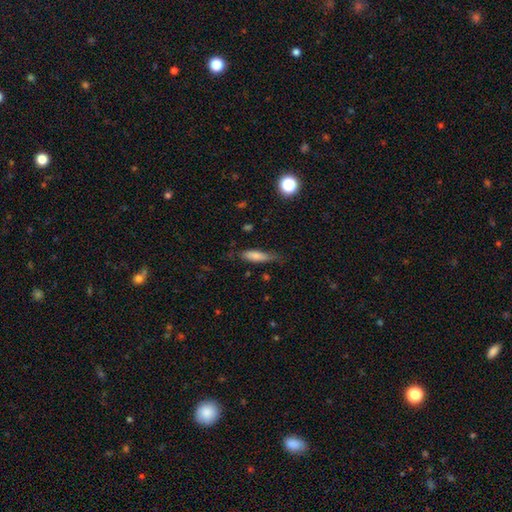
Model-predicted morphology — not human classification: Smooth or featured? Predicted: smooth (p=0.73). How rounded? Predicted: cigar-shaped (p=0.62). Merging? Predicted: none (p=0.63).